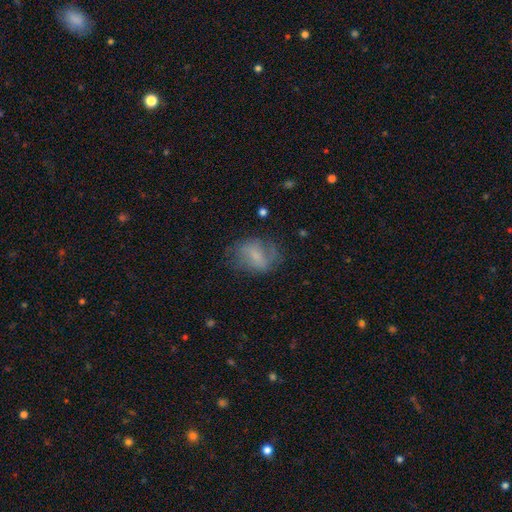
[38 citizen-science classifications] smooth_or_featured: featured or disk (p=0.55) [alt: smooth p=0.42]
disk_edge_on: no (p=1.00)
bar: weak (p=0.52) [alt: no p=0.43]
has_spiral_arms: yes (p=0.57) [alt: no p=0.43]
spiral_winding: medium (p=0.67) [alt: loose p=0.25]
spiral_arm_count: 1 (p=0.33) [tied with: 2 p=0.33, can't tell p=0.33]
bulge_size: small (p=0.43) [alt: moderate p=0.29]
merging: none (p=0.49) [alt: minor disturbance p=0.27]